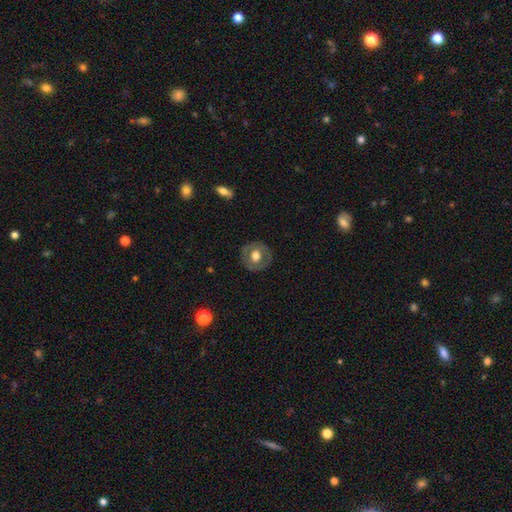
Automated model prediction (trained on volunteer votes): Smooth or featured? smooth (50%)
Merging? none (85%)